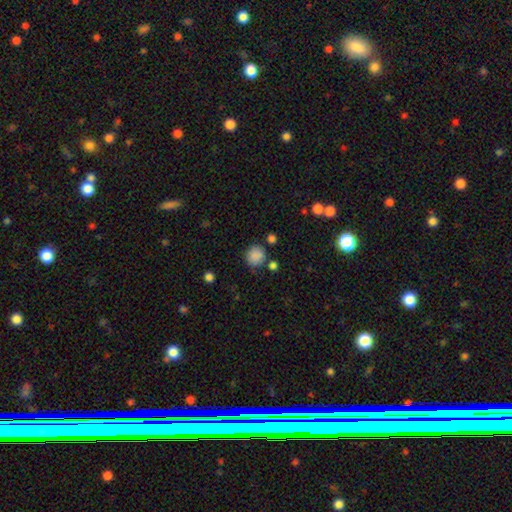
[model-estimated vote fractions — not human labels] The model was most divided on "merging": none: 75%, minor disturbance: 14%, merger: 7%, major disturbance: 4%. More confident: how rounded — round (85%); smooth or featured — smooth (85%).